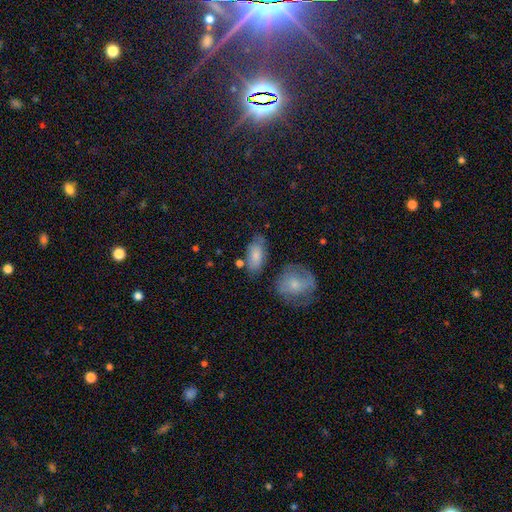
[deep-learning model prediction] The model was most divided on "merging": none: 65%, minor disturbance: 20%, merger: 9%, major disturbance: 6%. More confident: how rounded — in between (90%); smooth or featured — smooth (78%).